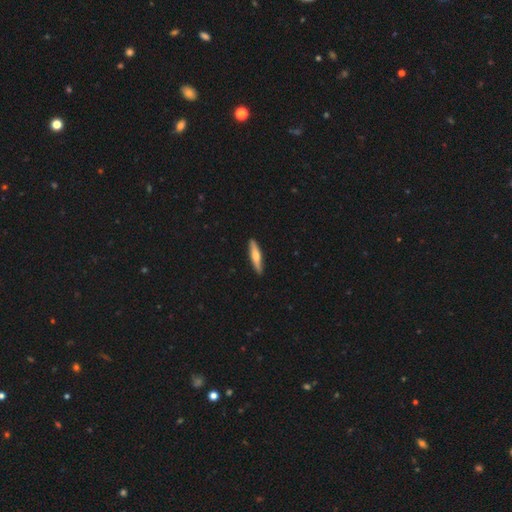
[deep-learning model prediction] This appears to be a smooth galaxy with no disk features (51%) that is cigar-shaped (85%). Merging: none (90%).